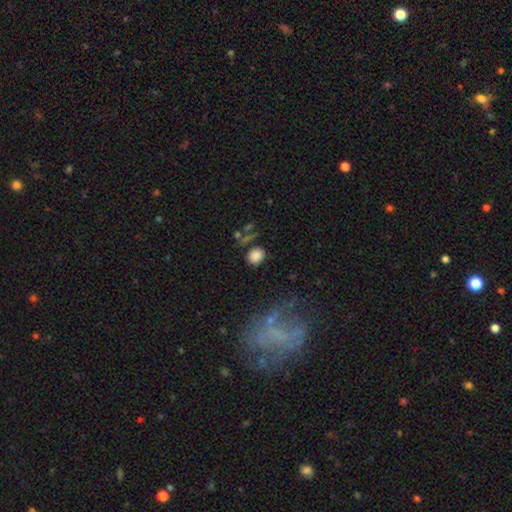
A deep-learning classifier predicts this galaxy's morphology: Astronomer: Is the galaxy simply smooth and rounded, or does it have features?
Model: smooth — 83%.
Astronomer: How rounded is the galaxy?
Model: round — 77%.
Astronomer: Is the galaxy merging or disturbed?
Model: none — 76%.